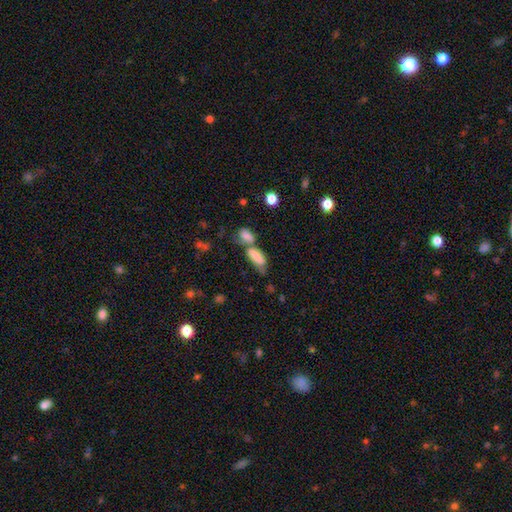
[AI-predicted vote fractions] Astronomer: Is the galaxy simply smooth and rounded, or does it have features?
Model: smooth — 73%.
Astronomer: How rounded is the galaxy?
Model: in between — 79%.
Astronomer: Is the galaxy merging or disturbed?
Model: merger — 55%.